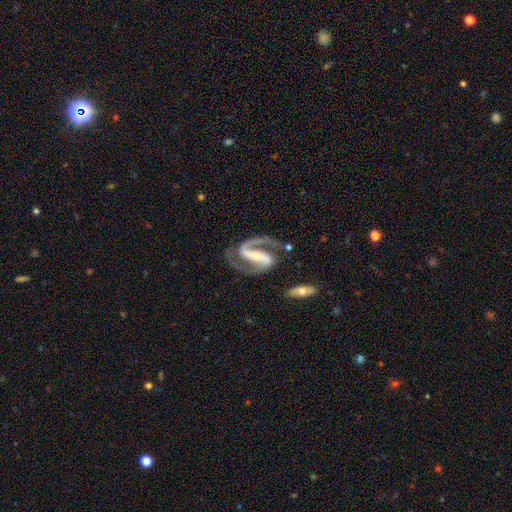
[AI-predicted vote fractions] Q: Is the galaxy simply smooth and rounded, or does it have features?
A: featured or disk — 93%.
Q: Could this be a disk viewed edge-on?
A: no — 97%.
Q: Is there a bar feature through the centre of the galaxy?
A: strong — 74%.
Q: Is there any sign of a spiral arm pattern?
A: yes — 98%.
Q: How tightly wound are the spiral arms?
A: medium — 59%.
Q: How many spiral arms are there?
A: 2 — 90%.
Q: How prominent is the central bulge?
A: small — 58%.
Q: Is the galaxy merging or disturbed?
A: none — 71%.